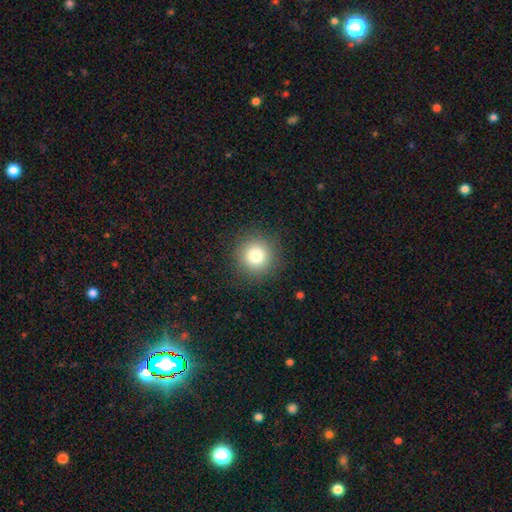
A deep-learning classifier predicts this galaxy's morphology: This is likely a smooth galaxy (80%). How rounded: clearly round (95%). Merging: clearly none (90%).